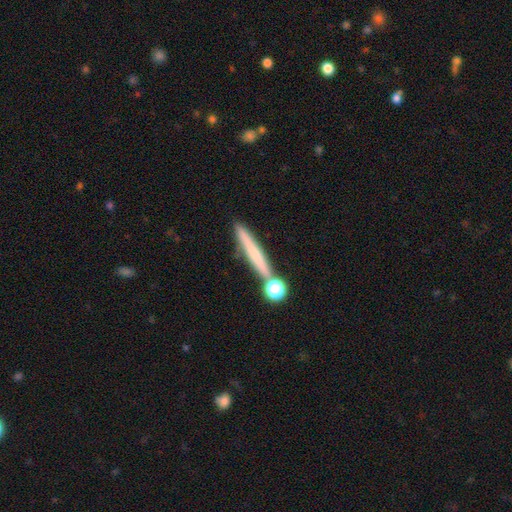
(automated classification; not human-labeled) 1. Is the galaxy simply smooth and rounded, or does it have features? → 57% smooth, 33% featured or disk, 10% star or artifact.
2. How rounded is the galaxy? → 88% cigar-shaped, 6% in between, 5% round.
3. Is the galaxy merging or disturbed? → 73% none, 13% merger, 11% minor disturbance, 4% major disturbance.